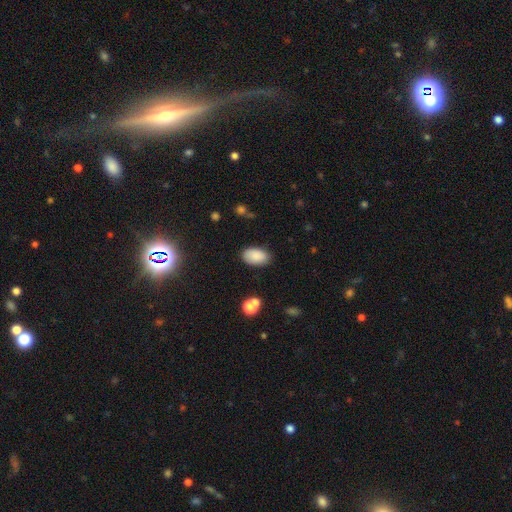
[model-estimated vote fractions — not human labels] smooth 87%, star or artifact 8%, featured or disk 5%. Down the decision tree: how rounded — in between (94%); merging — none (84%).